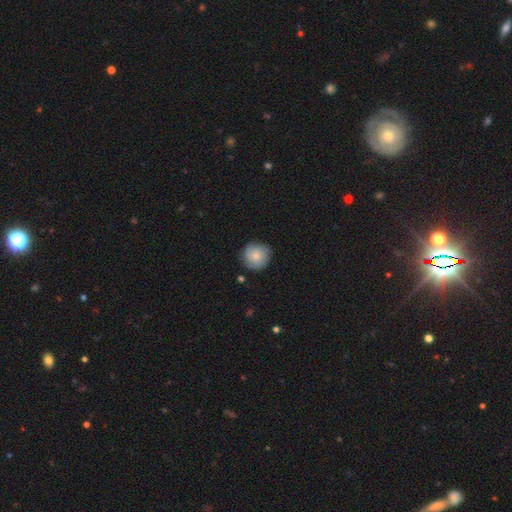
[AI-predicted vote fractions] A smooth galaxy with no disk features (67%) that is round (93%).

Vote fractions:
- Smooth or featured? smooth: 67% / featured or disk: 25% / star or artifact: 7%
- How rounded? round: 93% / in between: 6% / cigar-shaped: 1%
- Merging? none: 82% / minor disturbance: 14% / major disturbance: 3% / merger: 1%